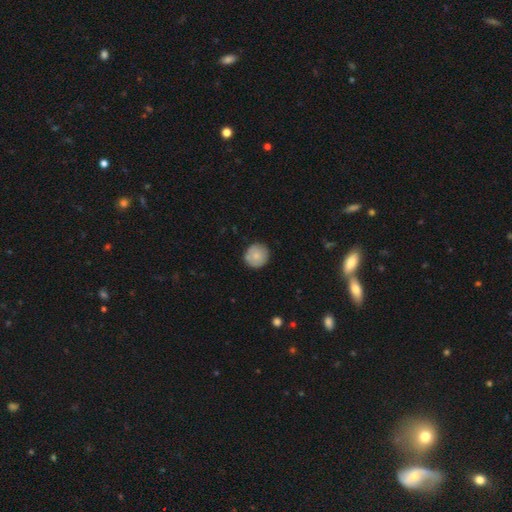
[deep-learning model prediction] Smooth or featured? smooth (78%)
How rounded? round (92%)
Merging? none (85%)